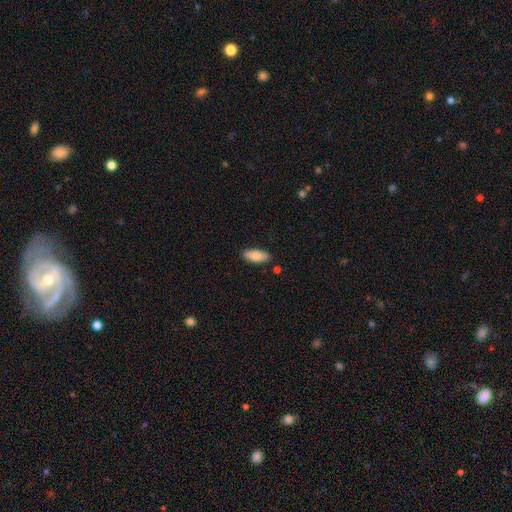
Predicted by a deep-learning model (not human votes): Smooth or featured? smooth (83%)
How rounded? in between (79%)
Merging? none (84%)